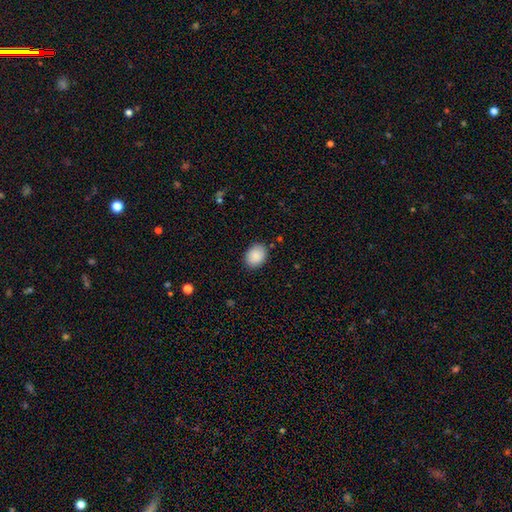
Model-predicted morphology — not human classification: Smooth or featured? smooth (90%)
How rounded? in between (62%)
Merging? none (86%)